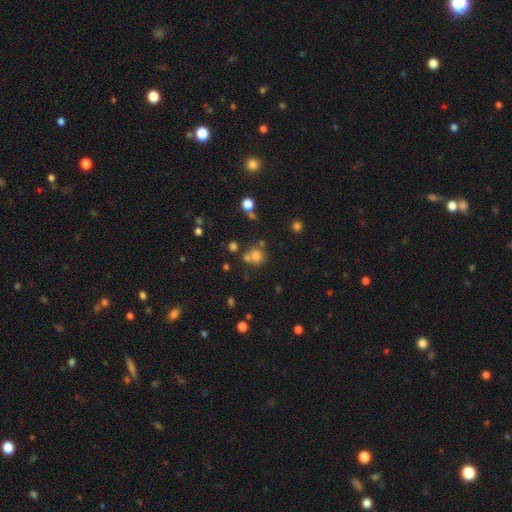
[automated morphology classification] smooth 74%, star or artifact 17%, featured or disk 9%. Down the decision tree: how rounded — round (87%); merging — none (60%).